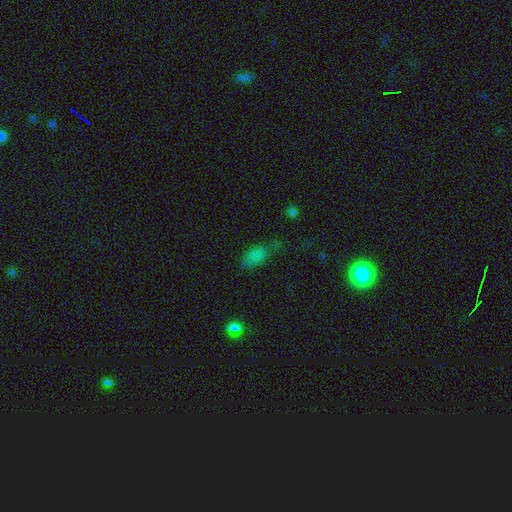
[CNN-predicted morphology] Smooth or featured? Predicted: smooth (p=0.76). How rounded? Predicted: in between (p=0.89). Merging? Predicted: none (p=0.52).